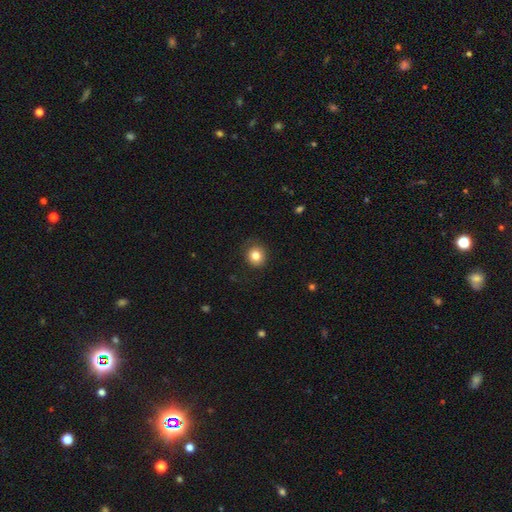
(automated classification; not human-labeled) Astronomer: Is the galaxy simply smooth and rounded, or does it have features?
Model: smooth — 82%.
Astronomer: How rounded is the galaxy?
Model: round — 87%.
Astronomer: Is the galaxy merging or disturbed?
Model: none — 86%.